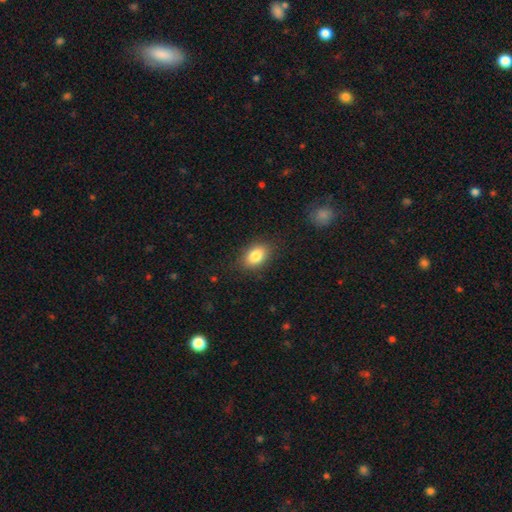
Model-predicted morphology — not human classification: smooth-or-featured: smooth: 85% | star or artifact: 8% | featured or disk: 7%
  how-rounded: in between: 86% | round: 13% | cigar-shaped: 2%
  merging: none: 85% | minor disturbance: 11% | major disturbance: 3% | merger: 1%